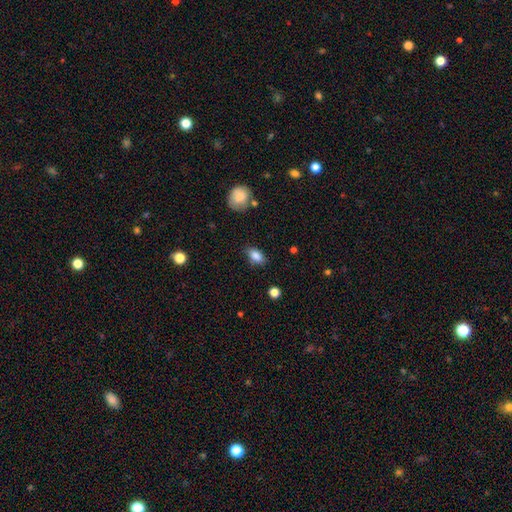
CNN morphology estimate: Smooth or featured? smooth (85%)
How rounded? in between (87%)
Merging? none (78%)